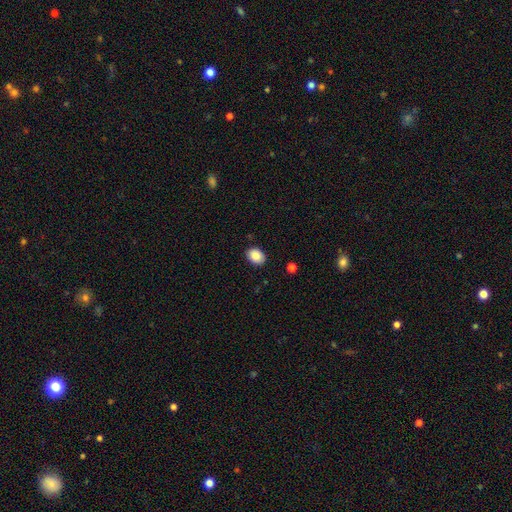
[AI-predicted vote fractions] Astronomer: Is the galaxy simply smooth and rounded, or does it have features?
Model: smooth — 88%.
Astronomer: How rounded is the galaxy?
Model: in between — 67%.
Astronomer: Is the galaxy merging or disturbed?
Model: none — 87%.